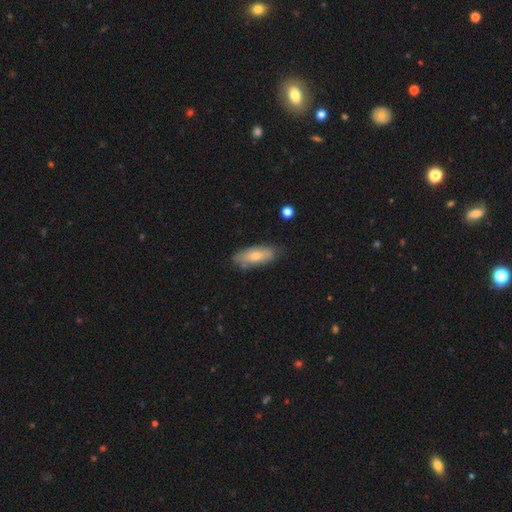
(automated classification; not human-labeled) This is likely a smooth galaxy (60%). How rounded: likely in between (74%). Merging: likely none (78%).